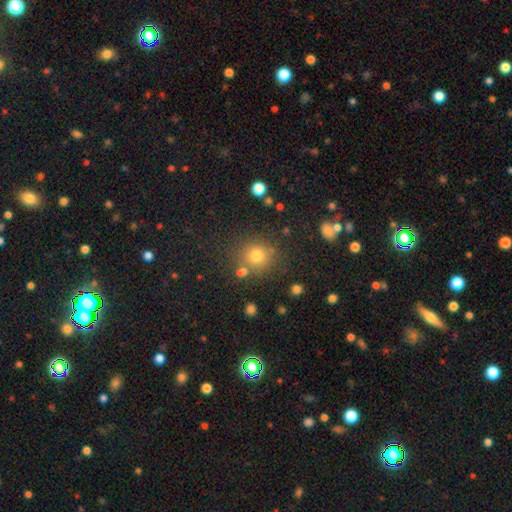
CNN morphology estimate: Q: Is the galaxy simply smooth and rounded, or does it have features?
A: smooth — 69%.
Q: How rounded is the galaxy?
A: round — 89%.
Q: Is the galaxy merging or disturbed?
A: none — 79%.